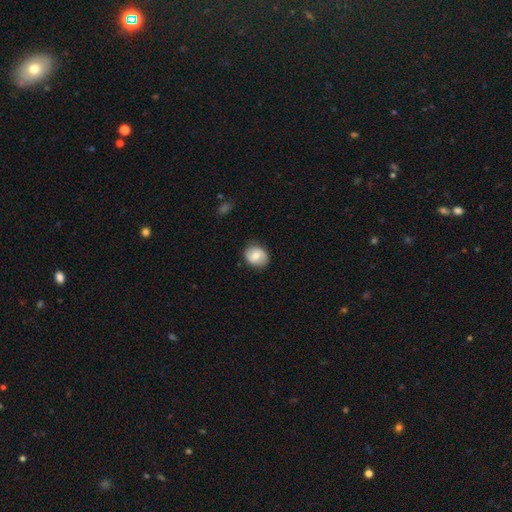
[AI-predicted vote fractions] A smooth galaxy with no disk features (64%) that is round (56%).

Vote fractions:
- Smooth or featured? smooth: 64% / featured or disk: 29% / star or artifact: 7%
- How rounded? round: 56% / in between: 43% / cigar-shaped: 1%
- Merging? none: 82% / minor disturbance: 14% / major disturbance: 3% / merger: 1%